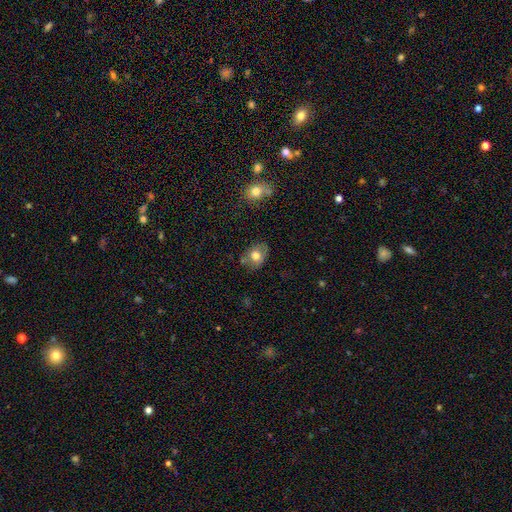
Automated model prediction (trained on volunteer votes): Smooth or featured? Predicted: smooth (p=0.72). How rounded? Predicted: in between (p=0.61). Merging? Predicted: none (p=0.70).